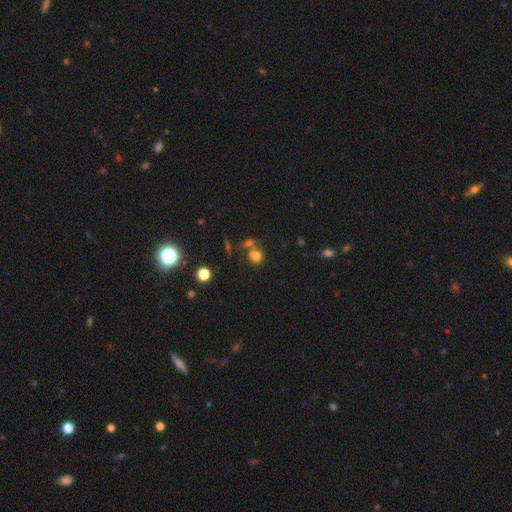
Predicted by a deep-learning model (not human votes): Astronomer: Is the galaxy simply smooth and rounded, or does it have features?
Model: smooth — 68%.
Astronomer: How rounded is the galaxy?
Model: round — 69%.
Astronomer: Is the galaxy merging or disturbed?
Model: none — 43% (runner-up: merger, 41%).